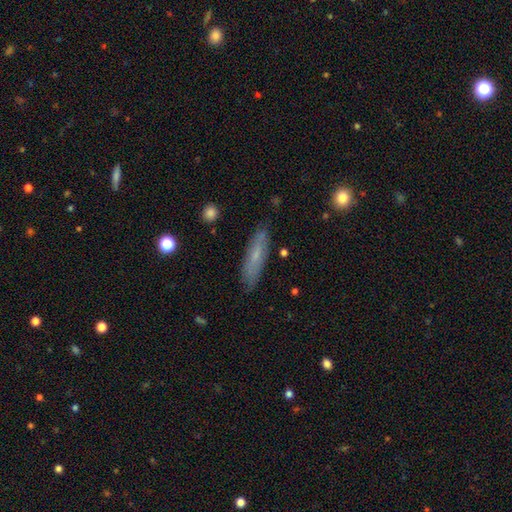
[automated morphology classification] A smooth galaxy with no disk features (58%) that is cigar-shaped (70%).

Vote fractions:
- Smooth or featured? smooth: 58% / featured or disk: 35% / star or artifact: 7%
- How rounded? cigar-shaped: 70% / in between: 27% / round: 2%
- Merging? none: 83% / minor disturbance: 13% / major disturbance: 2% / merger: 2%